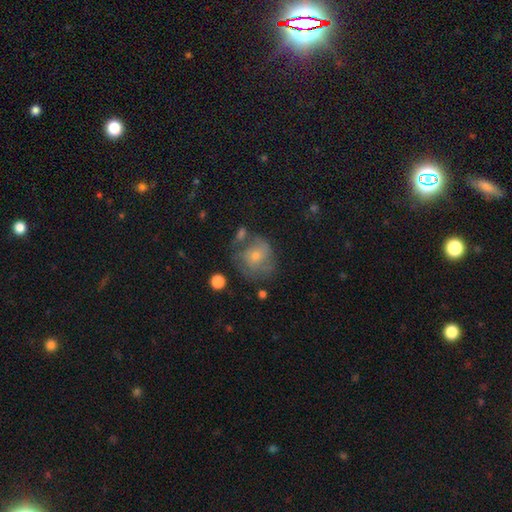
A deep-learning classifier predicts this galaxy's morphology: featured or disk 51%, smooth 37%, star or artifact 12%. Down the decision tree: edge-on disk — no (97%); merging — none (55%).